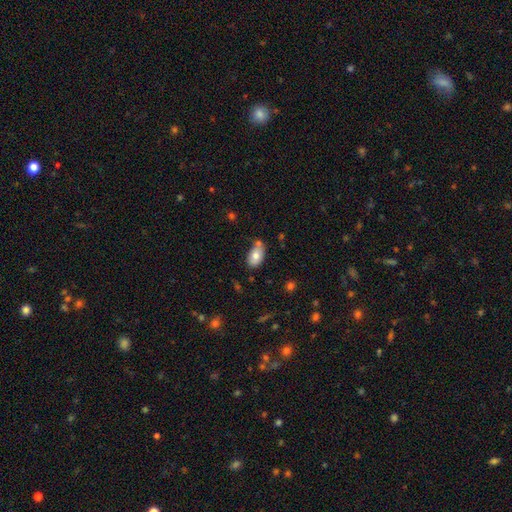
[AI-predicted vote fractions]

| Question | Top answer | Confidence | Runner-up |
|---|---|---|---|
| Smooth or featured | smooth | 76% | featured or disk (16%) |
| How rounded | in between | 92% | round (6%) |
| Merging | none | 58% | minor disturbance (24%) |